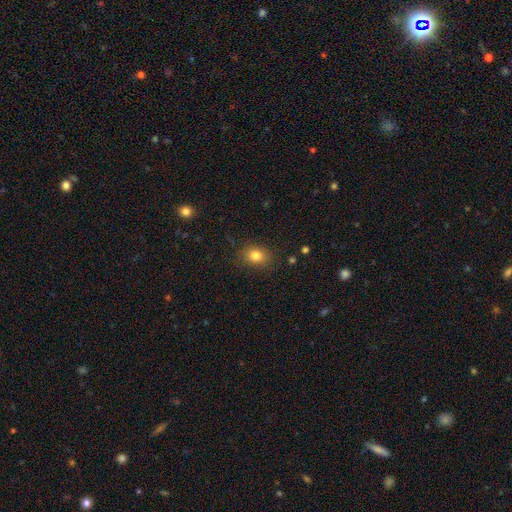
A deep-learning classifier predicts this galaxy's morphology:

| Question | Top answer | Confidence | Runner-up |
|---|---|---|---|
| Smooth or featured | smooth | 82% | star or artifact (11%) |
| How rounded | in between | 60% | round (39%) |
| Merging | none | 85% | minor disturbance (10%) |